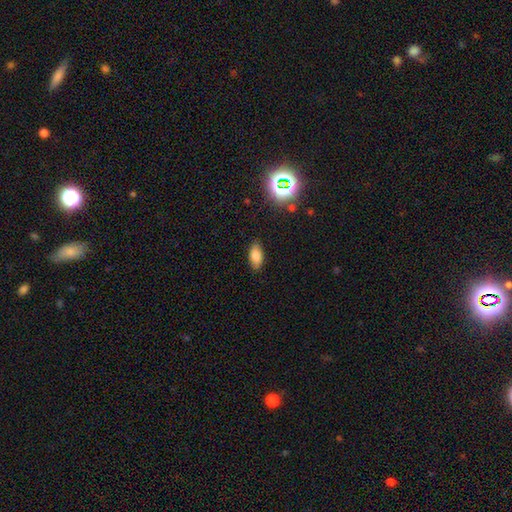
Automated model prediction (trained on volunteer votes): Overall: smooth (82%). How rounded: in between (91%). Merging: none (84%).